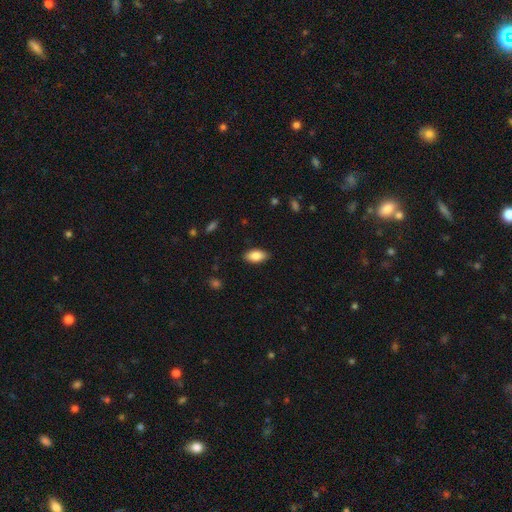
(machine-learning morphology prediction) A smooth galaxy with no disk features (87%) that is in between round and cigar-shaped (92%).

Vote fractions:
- Smooth or featured? smooth: 87% / featured or disk: 7% / star or artifact: 7%
- How rounded? in between: 92% / cigar-shaped: 5% / round: 3%
- Merging? none: 87% / minor disturbance: 10% / major disturbance: 2% / merger: 1%